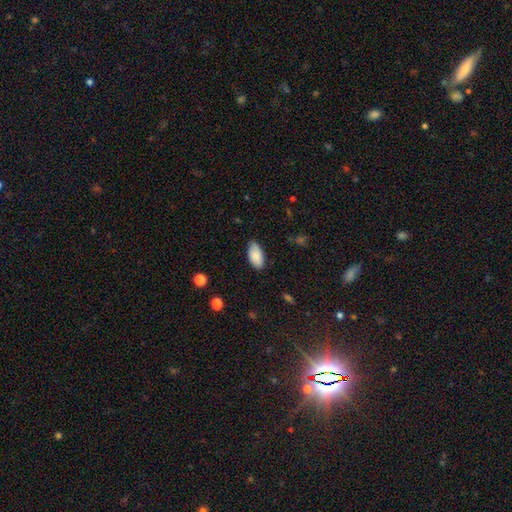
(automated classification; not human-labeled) smooth 86%, featured or disk 8%, star or artifact 7%. Down the decision tree: how rounded — in between (95%); merging — none (78%).